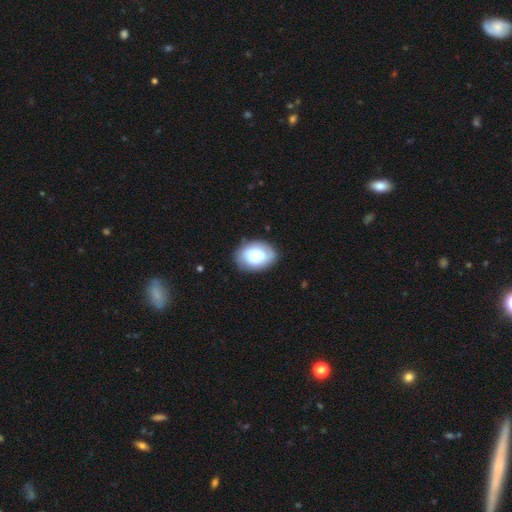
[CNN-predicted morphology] type=smooth (66%); roundness=in between (75%); merging=none (75%).